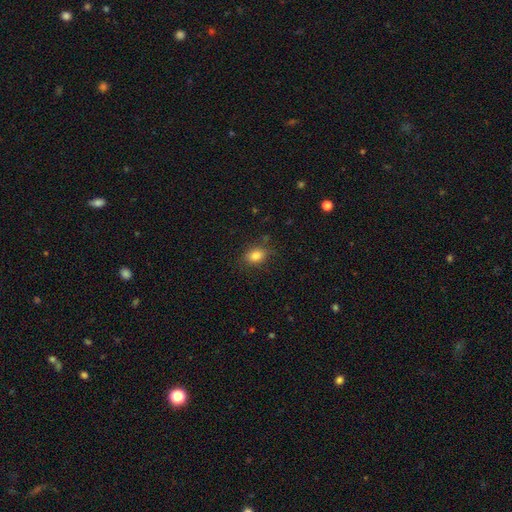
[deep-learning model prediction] Smooth or featured? smooth (83%)
How rounded? in between (64%)
Merging? none (82%)